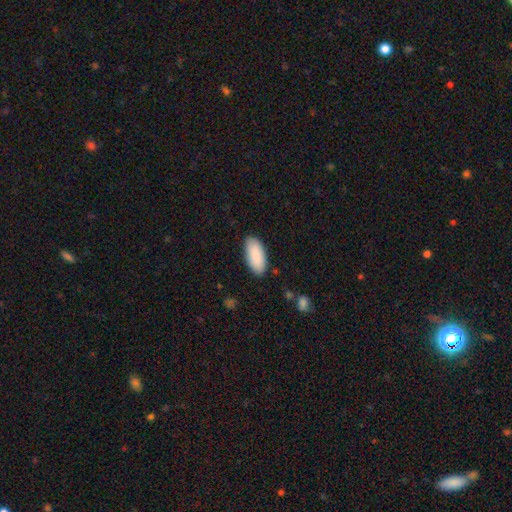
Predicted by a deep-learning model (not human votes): Overall: smooth (89%). How rounded: in between (91%). Merging: none (87%).